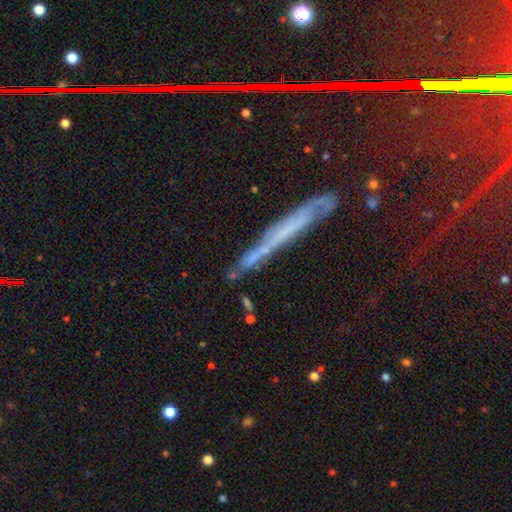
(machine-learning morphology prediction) featured or disk 53%, smooth 38%, star or artifact 9%. Down the decision tree: edge-on disk — yes (78%); merging — none (61%).